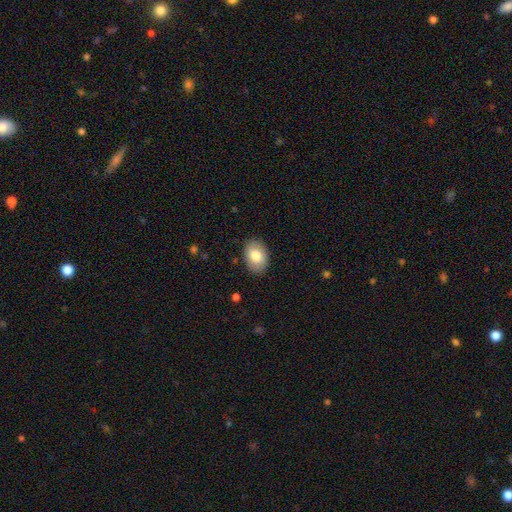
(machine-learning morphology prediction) This is clearly a smooth galaxy (81%). How rounded: clearly in between (83%). Merging: clearly none (87%).